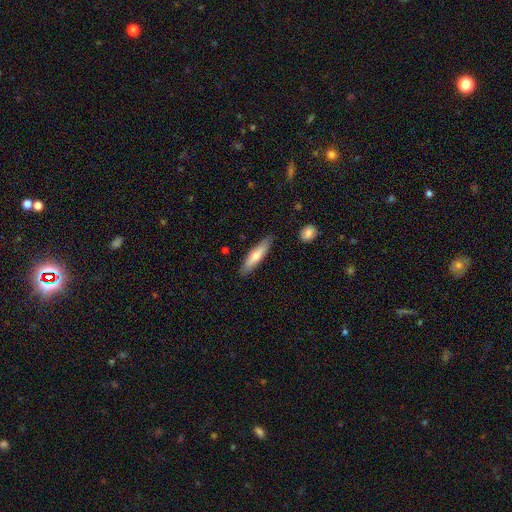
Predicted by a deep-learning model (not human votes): smooth-or-featured: smooth: 61% | featured or disk: 34% | star or artifact: 6%
  how-rounded: cigar-shaped: 82% | in between: 17% | round: 2%
  merging: none: 87% | minor disturbance: 9% | major disturbance: 2% | merger: 2%